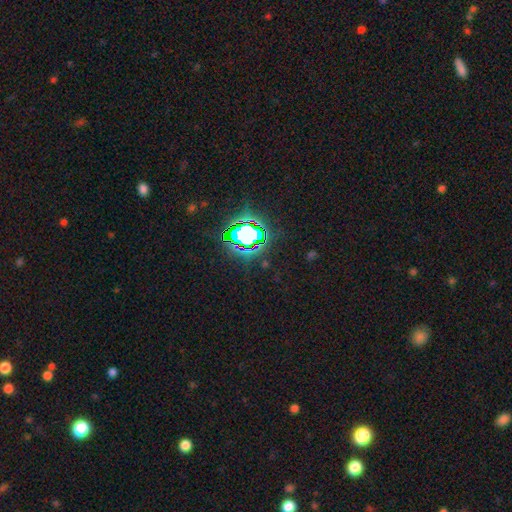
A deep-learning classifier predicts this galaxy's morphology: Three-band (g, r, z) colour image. It shows a star or artifact, not a galaxy (82%).